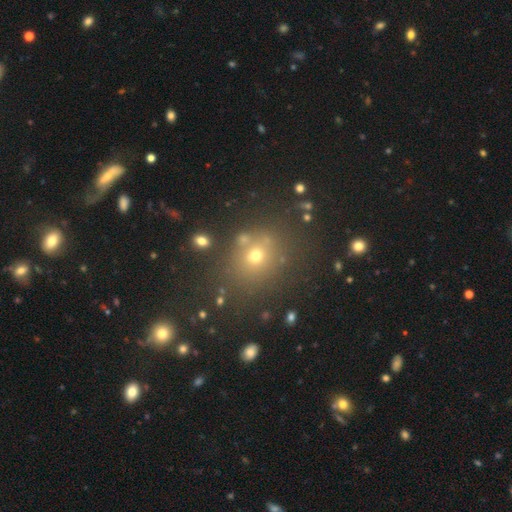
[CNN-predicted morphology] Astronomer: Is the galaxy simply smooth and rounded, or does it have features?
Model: smooth — 57%.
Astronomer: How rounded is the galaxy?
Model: round — 74%.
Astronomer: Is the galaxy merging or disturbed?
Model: none — 77%.